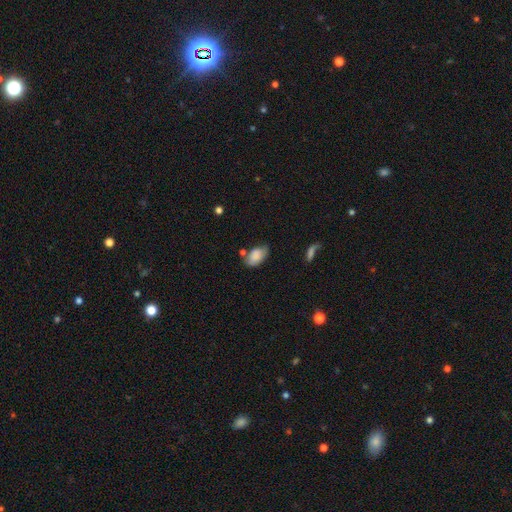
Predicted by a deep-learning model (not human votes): Smooth or featured? smooth (79%)
How rounded? in between (92%)
Merging? none (50%)